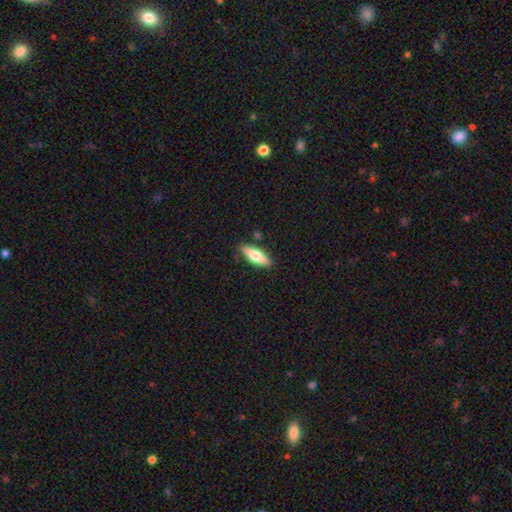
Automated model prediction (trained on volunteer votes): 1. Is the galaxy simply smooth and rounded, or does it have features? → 68% smooth, 26% featured or disk, 6% star or artifact.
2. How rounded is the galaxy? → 58% in between, 40% cigar-shaped, 2% round.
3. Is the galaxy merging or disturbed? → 82% none, 12% minor disturbance, 3% merger, 2% major disturbance.